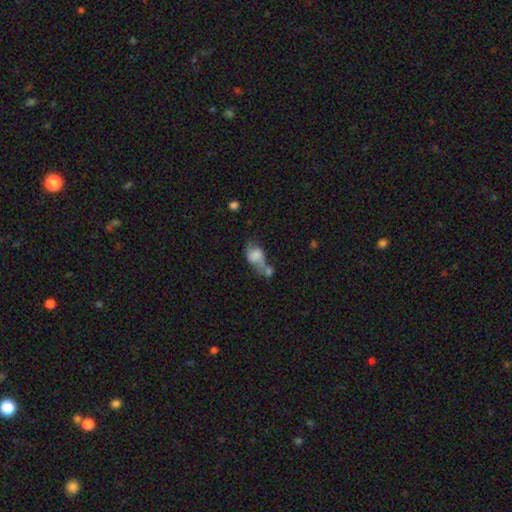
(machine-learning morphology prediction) smooth 54%, featured or disk 36%, star or artifact 11%. Down the decision tree: how rounded — in between (74%); merging — merger (44%).